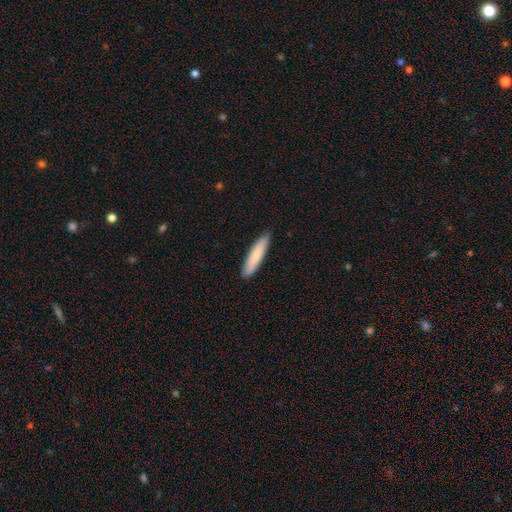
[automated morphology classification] smooth-or-featured: smooth: 81% | featured or disk: 14% | star or artifact: 5%
  how-rounded: cigar-shaped: 84% | in between: 15% | round: 1%
  merging: none: 88% | minor disturbance: 10% | major disturbance: 1% | merger: 1%